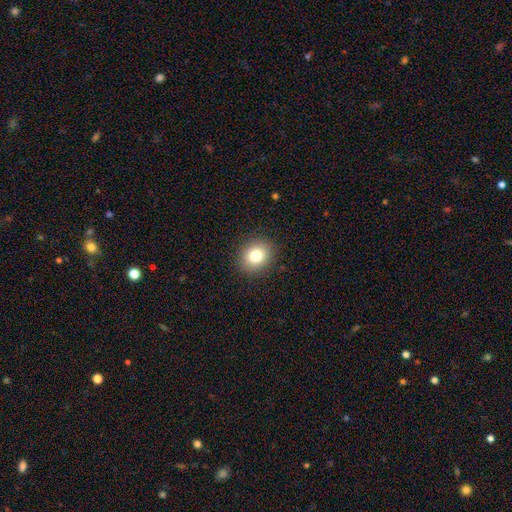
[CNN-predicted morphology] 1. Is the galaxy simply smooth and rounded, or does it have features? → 80% smooth, 11% star or artifact, 9% featured or disk.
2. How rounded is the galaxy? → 67% round, 32% in between, 1% cigar-shaped.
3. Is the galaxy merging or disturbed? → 90% none, 7% minor disturbance, 2% major disturbance, 1% merger.